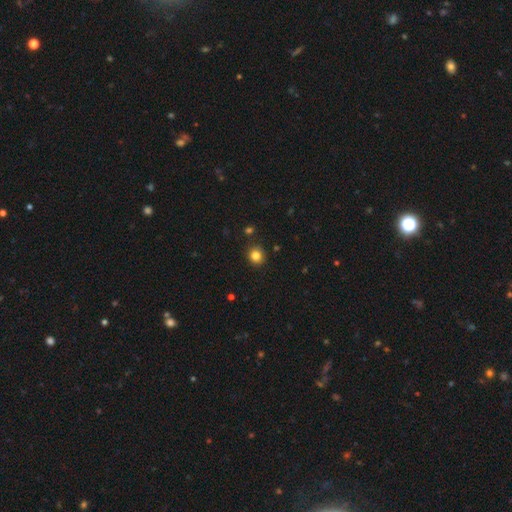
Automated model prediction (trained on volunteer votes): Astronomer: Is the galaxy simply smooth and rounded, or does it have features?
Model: smooth — 83%.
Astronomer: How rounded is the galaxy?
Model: round — 86%.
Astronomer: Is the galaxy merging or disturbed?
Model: none — 89%.